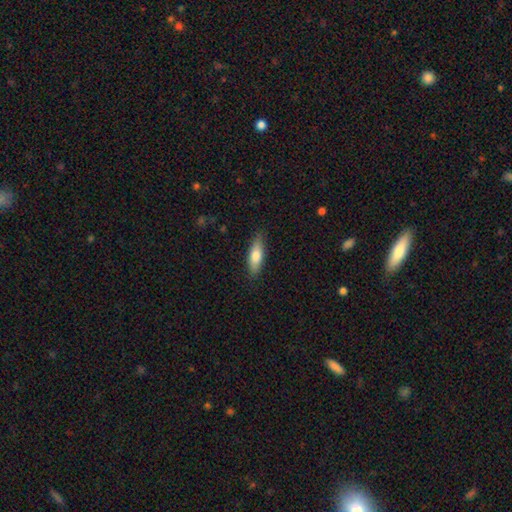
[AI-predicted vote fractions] Overall: smooth (75%). How rounded: in between (53%; cigar-shaped 45%). Merging: none (85%).